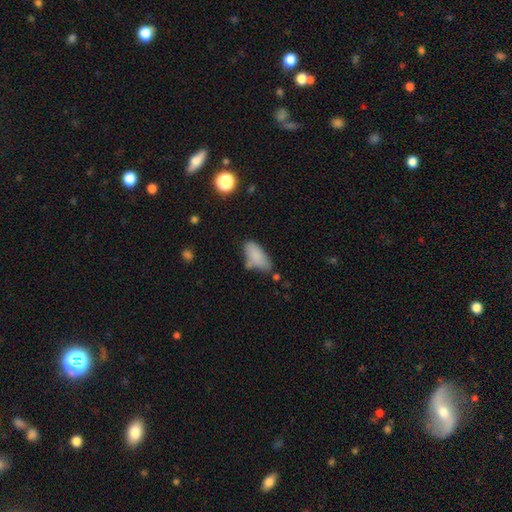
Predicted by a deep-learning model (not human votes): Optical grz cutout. It shows a smooth galaxy with no disk features (82%) that is in between round and cigar-shaped (86%). Merging: none (47%).